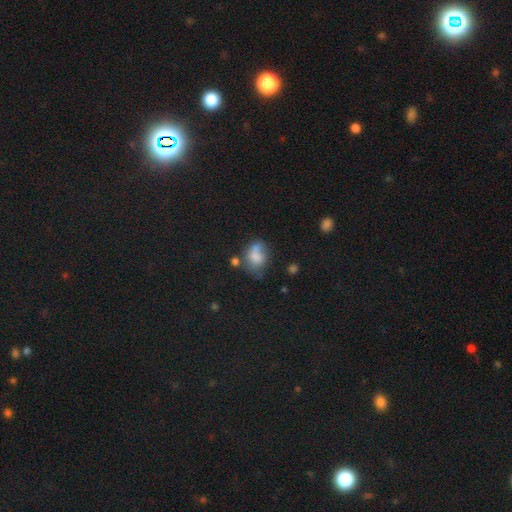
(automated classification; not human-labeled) smooth-or-featured: smooth: 71% | featured or disk: 18% | star or artifact: 11%
  how-rounded: in between: 65% | round: 33% | cigar-shaped: 1%
  merging: none: 35% | minor disturbance: 26% | merger: 22% | major disturbance: 17%